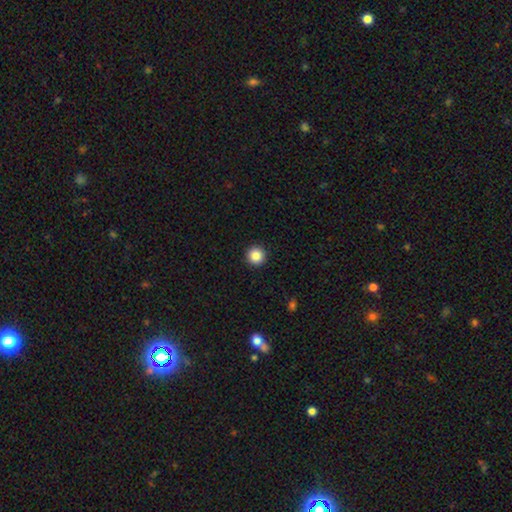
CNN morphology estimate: Q: Smooth or featured?
A: smooth (86%); runner-up: star or artifact (9%)
Q: How rounded?
A: round (96%); runner-up: in between (3%)
Q: Merging?
A: none (94%); runner-up: minor disturbance (4%)